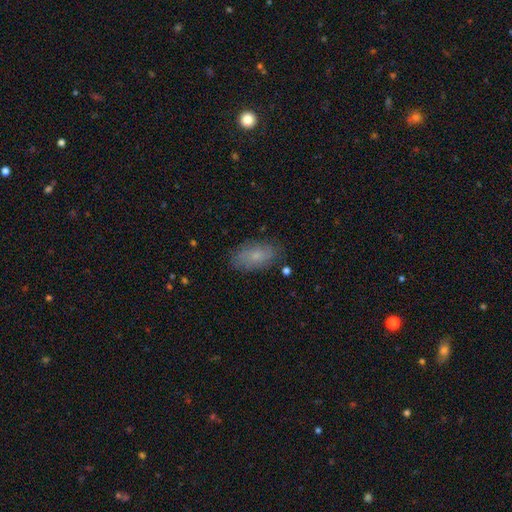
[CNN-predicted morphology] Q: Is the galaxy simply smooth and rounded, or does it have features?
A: smooth — 71%.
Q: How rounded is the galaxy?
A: in between — 92%.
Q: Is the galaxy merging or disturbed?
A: none — 80%.